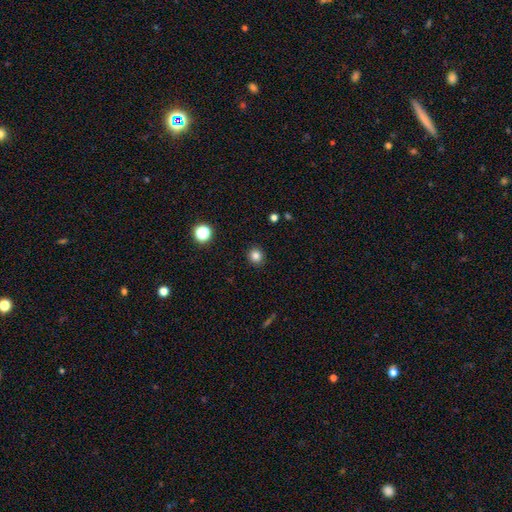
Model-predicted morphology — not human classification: smooth_or_featured: smooth (p=0.83) [alt: star or artifact p=0.12]
how_rounded: round (p=0.91) [alt: in between p=0.08]
merging: none (p=0.92) [alt: minor disturbance p=0.06]